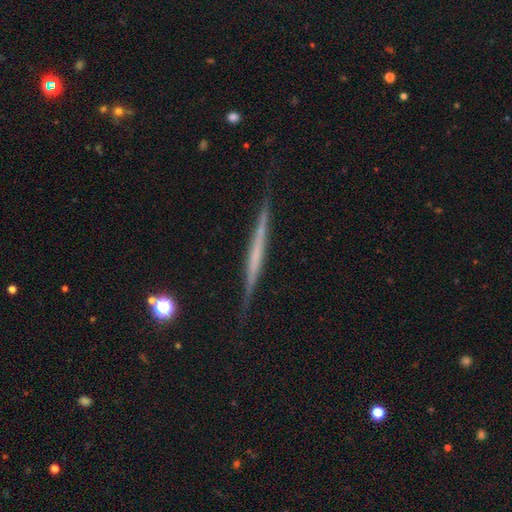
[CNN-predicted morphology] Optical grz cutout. It shows a featured or disk galaxy (67%) viewed edge-on (98%) with no central bulge (84%). Merging: none (88%).